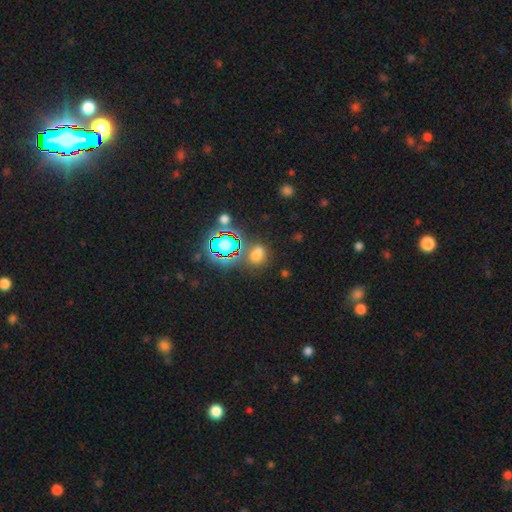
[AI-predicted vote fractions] A smooth galaxy with no disk features (53%) that is in between round and cigar-shaped (49%). Merging: none (63%).